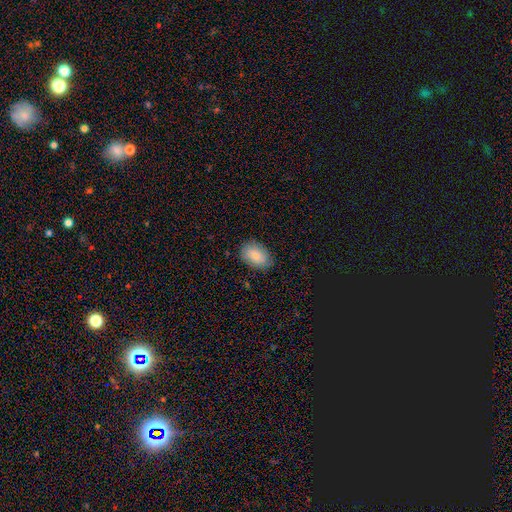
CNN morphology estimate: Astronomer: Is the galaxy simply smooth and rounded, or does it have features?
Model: smooth — 83%.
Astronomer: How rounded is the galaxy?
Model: in between — 86%.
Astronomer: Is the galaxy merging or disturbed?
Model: none — 84%.